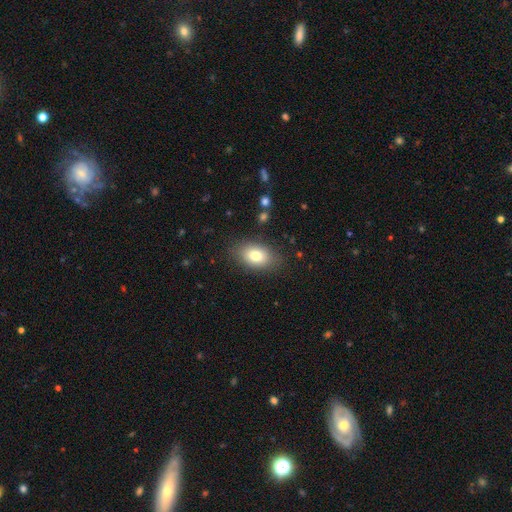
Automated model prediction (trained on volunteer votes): The model was most divided on "smooth or featured": smooth: 79%, featured or disk: 12%, star or artifact: 9%. More confident: how rounded — in between (86%); merging — none (84%).